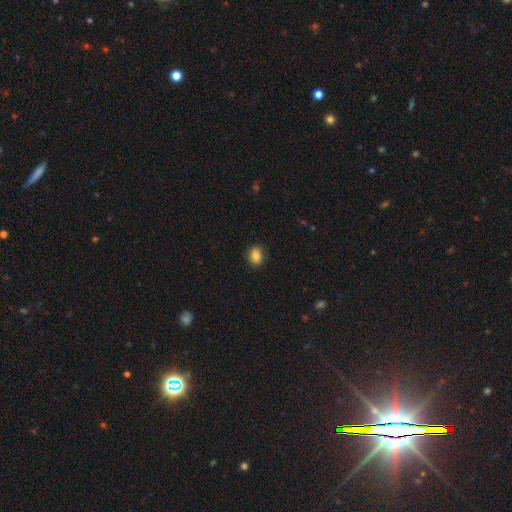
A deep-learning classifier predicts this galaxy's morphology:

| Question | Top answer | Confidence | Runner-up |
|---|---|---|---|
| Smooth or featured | smooth | 83% | star or artifact (10%) |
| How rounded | in between | 57% | round (42%) |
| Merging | none | 89% | minor disturbance (8%) |